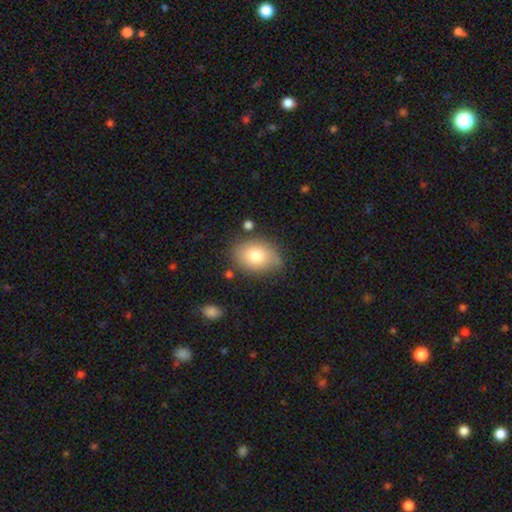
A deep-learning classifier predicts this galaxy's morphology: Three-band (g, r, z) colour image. It shows a smooth galaxy with no disk features (79%) that is in between round and cigar-shaped (75%). Merging: none (74%).